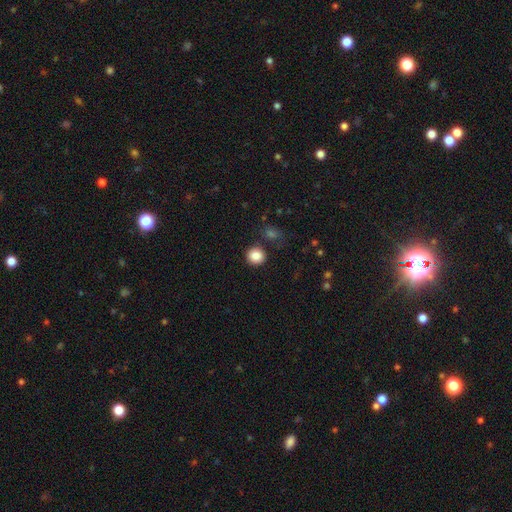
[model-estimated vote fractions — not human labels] Smooth or featured: smooth — 86% (star or artifact — 9%)
How rounded: round — 89% (in between — 10%)
Merging: none — 85% (minor disturbance — 8%)